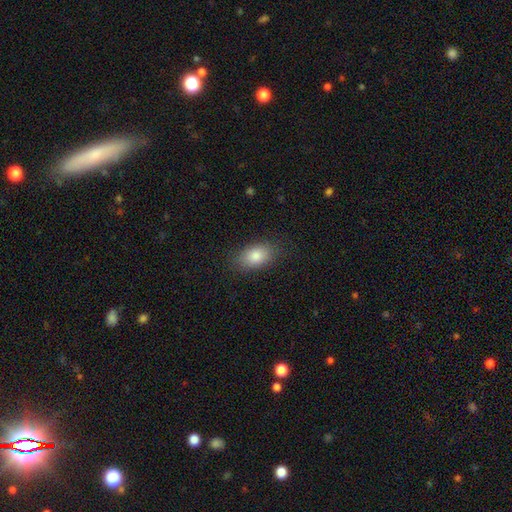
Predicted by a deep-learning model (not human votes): Smooth or featured: smooth — 84% (featured or disk — 8%)
How rounded: in between — 88% (round — 9%)
Merging: none — 84% (minor disturbance — 11%)